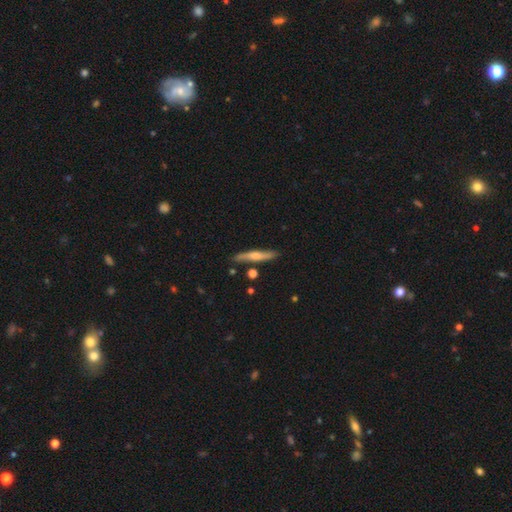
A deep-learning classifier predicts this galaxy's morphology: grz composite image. It shows a smooth galaxy with no disk features (50%) that is cigar-shaped (90%). Merging: none (81%).